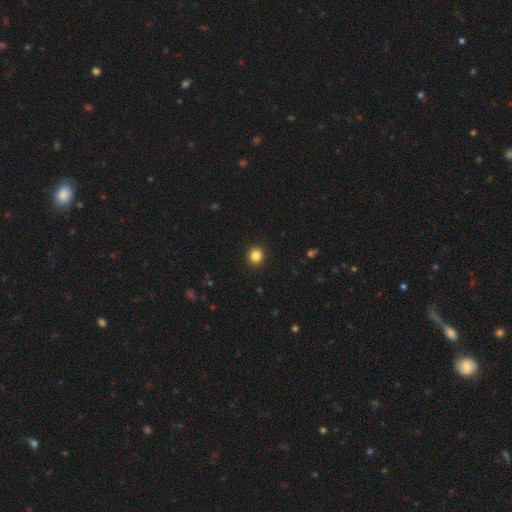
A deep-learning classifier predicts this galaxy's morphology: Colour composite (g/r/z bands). It shows a smooth galaxy with no disk features (85%) that is round (85%). Merging: none (92%).